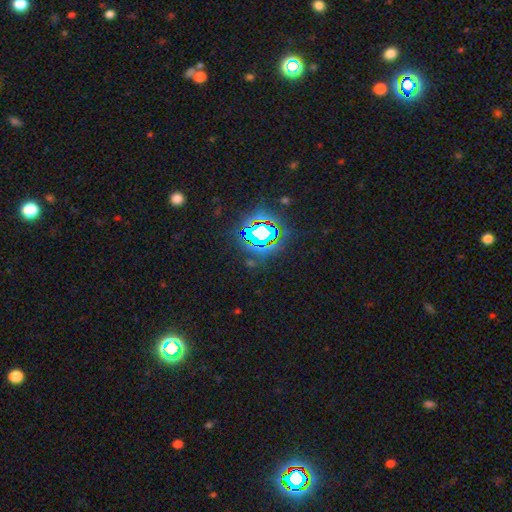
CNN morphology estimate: Q: Smooth or featured?
A: star or artifact (83%); runner-up: smooth (10%)